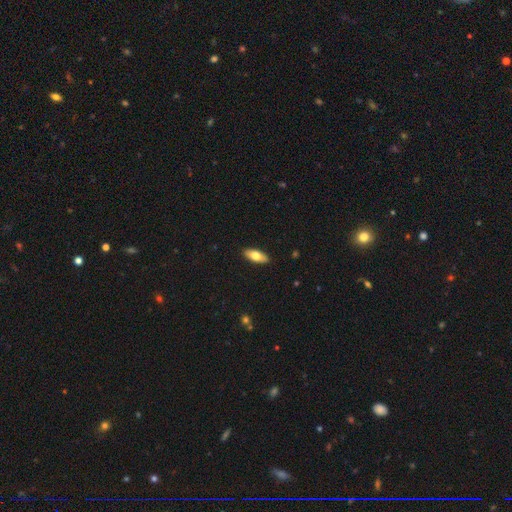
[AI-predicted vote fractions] This is likely a smooth galaxy (72%). How rounded: clearly in between (80%). Merging: clearly none (90%).